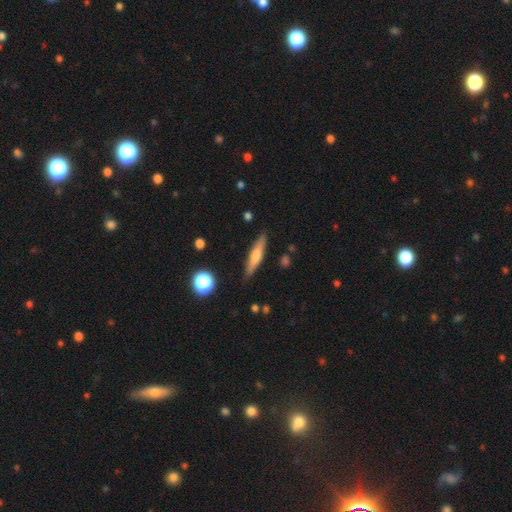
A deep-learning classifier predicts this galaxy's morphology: This is possibly a smooth galaxy (53%). How rounded: clearly cigar-shaped (84%). Merging: clearly none (87%).